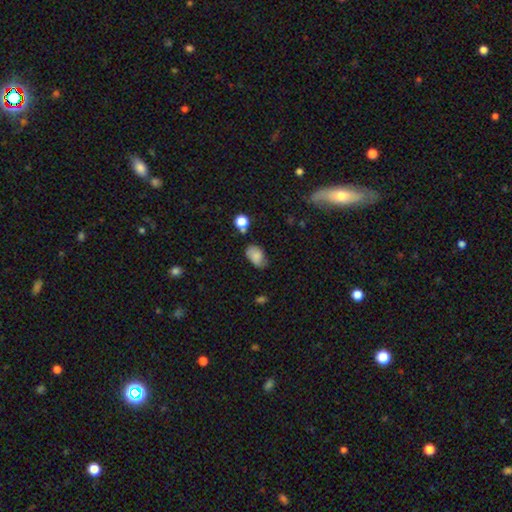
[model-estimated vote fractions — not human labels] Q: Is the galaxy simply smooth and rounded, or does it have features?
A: smooth — 75%.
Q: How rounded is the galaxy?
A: in between — 88%.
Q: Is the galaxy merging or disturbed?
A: none — 58%.